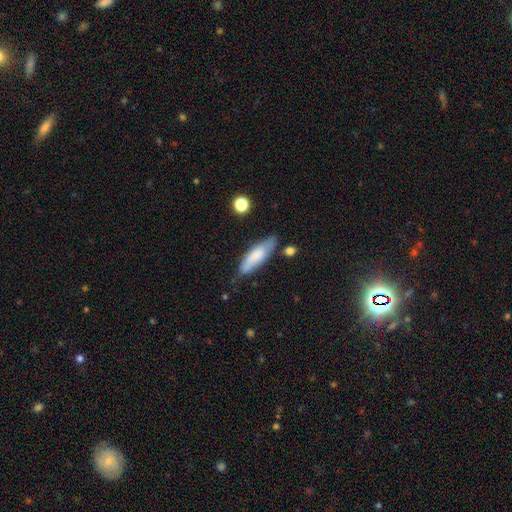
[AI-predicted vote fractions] smooth-or-featured: smooth: 68% | featured or disk: 25% | star or artifact: 7%
  how-rounded: cigar-shaped: 54% | in between: 44% | round: 2%
  merging: none: 68% | minor disturbance: 23% | major disturbance: 5% | merger: 4%